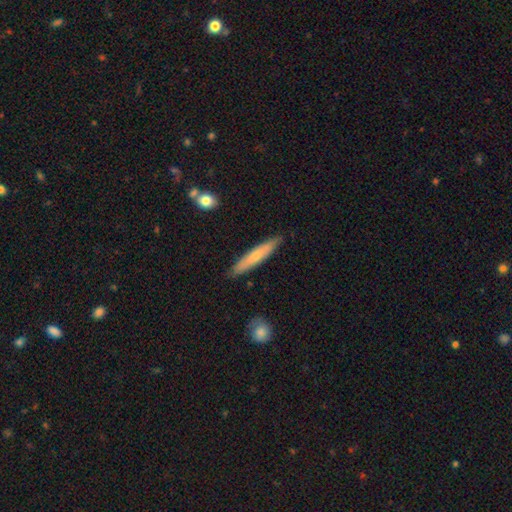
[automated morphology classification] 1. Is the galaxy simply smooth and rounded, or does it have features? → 62% smooth, 32% featured or disk, 5% star or artifact.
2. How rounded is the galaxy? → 91% cigar-shaped, 7% in between, 1% round.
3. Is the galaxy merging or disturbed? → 87% none, 10% minor disturbance, 2% major disturbance, 1% merger.